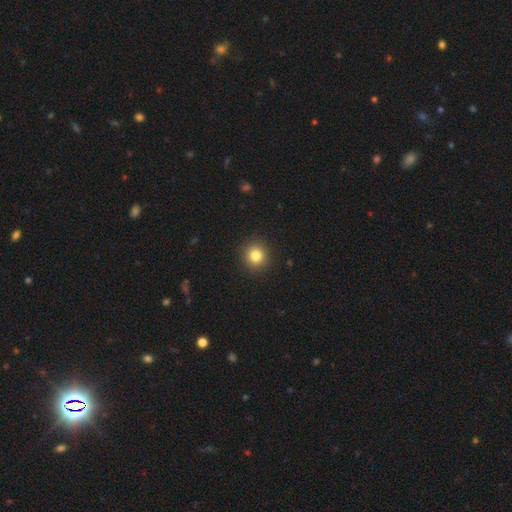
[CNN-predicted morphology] A smooth galaxy with no disk features (82%) that is round (92%). Merging: none (92%).